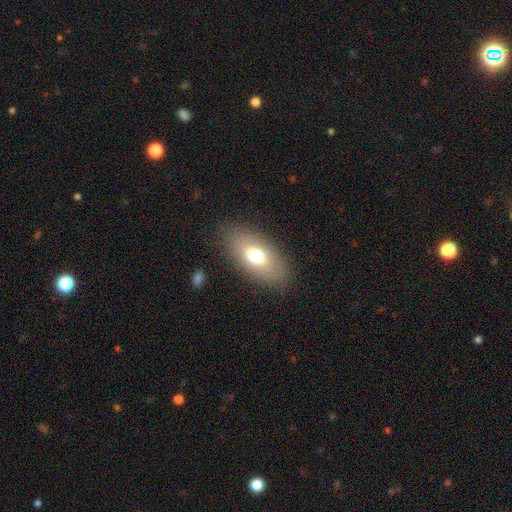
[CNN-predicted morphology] Q: Smooth or featured?
A: smooth (68%); runner-up: featured or disk (23%)
Q: How rounded?
A: in between (89%); runner-up: cigar-shaped (6%)
Q: Merging?
A: none (84%); runner-up: minor disturbance (11%)